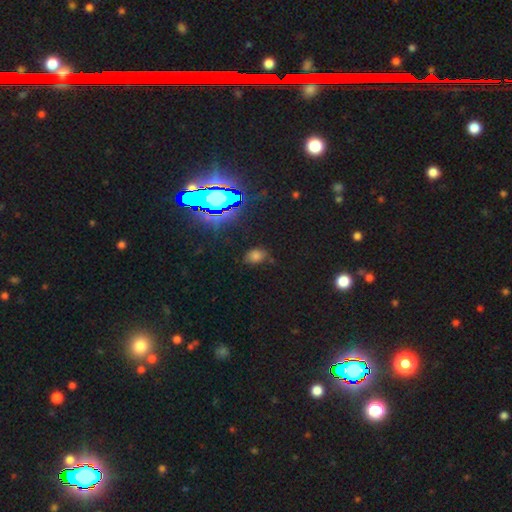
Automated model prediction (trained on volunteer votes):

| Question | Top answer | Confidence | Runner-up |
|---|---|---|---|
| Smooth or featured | smooth | 54% | star or artifact (36%) |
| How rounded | in between | 63% | round (35%) |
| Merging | none | 68% | minor disturbance (21%) |